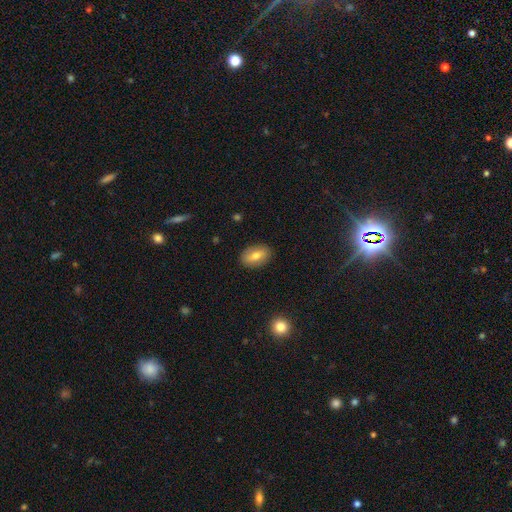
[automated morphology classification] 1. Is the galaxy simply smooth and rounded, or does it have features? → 70% smooth, 23% featured or disk, 8% star or artifact.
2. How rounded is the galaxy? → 87% in between, 11% round, 3% cigar-shaped.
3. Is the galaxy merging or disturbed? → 86% none, 10% minor disturbance, 2% major disturbance, 1% merger.